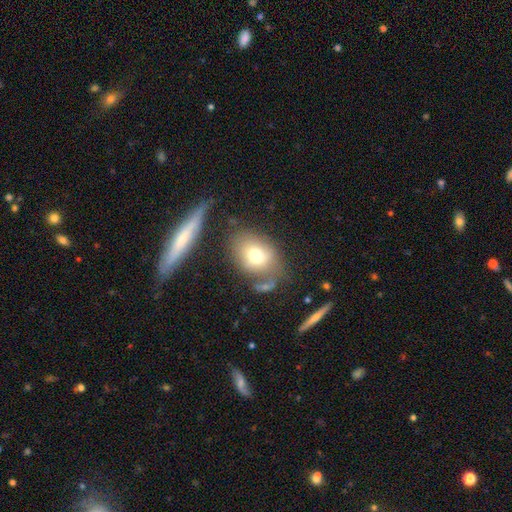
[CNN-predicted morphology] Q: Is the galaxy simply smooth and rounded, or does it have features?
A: smooth — 70%.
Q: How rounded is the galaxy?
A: in between — 62%.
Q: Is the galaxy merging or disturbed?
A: none — 53%.